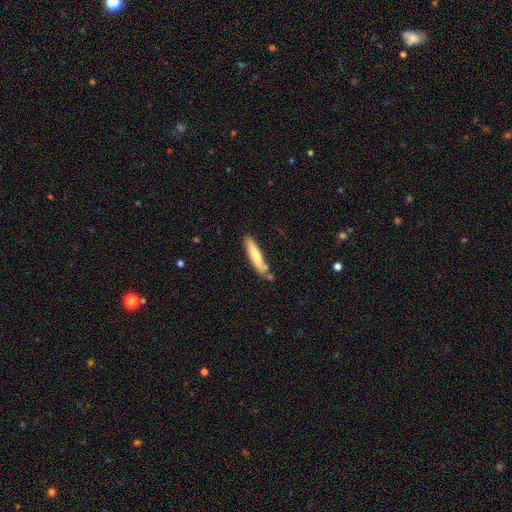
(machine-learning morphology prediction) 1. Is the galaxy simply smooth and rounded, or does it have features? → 70% smooth, 25% featured or disk, 5% star or artifact.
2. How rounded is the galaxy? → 88% cigar-shaped, 11% in between, 1% round.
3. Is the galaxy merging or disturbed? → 70% none, 17% minor disturbance, 9% merger, 3% major disturbance.